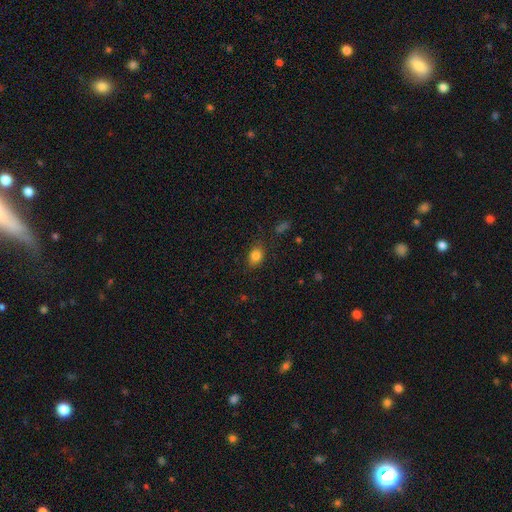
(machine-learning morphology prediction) type=smooth (83%); roundness=in between (64%); merging=none (80%).